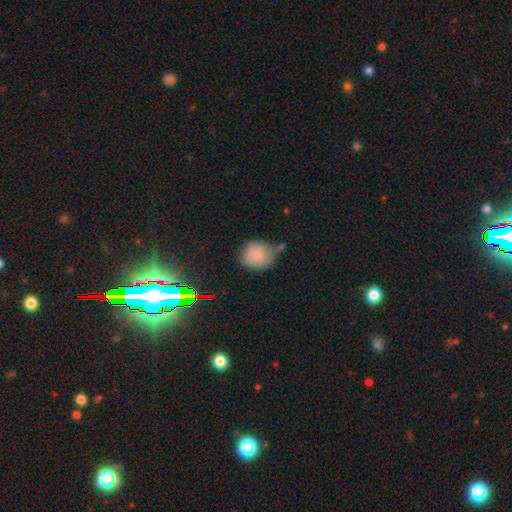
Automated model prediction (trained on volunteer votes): Smooth or featured? Predicted: smooth (p=0.82). How rounded? Predicted: round (p=0.83). Merging? Predicted: none (p=0.53).